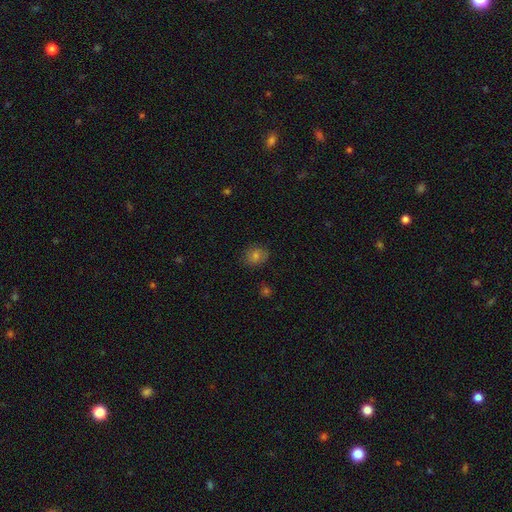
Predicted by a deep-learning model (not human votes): Smooth or featured?
  - smooth: 73% *
  - star or artifact: 16%
  - featured or disk: 11%
How rounded?
  - round: 65% *
  - in between: 34%
  - cigar-shaped: 1%
Merging?
  - none: 84% *
  - minor disturbance: 12%
  - major disturbance: 3%
  - merger: 1%